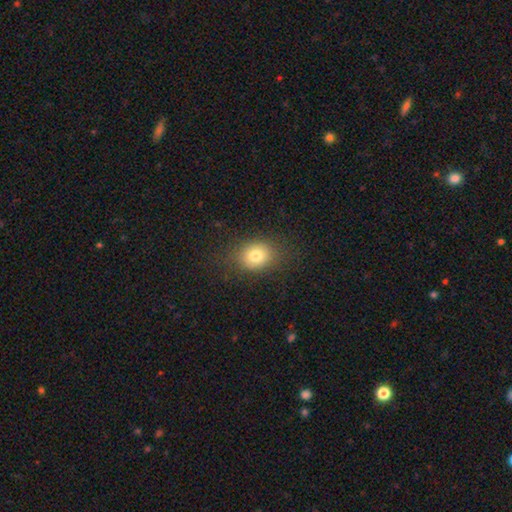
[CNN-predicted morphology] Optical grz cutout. It shows a smooth galaxy with no disk features (79%) that is round (50%). Merging: none (81%).